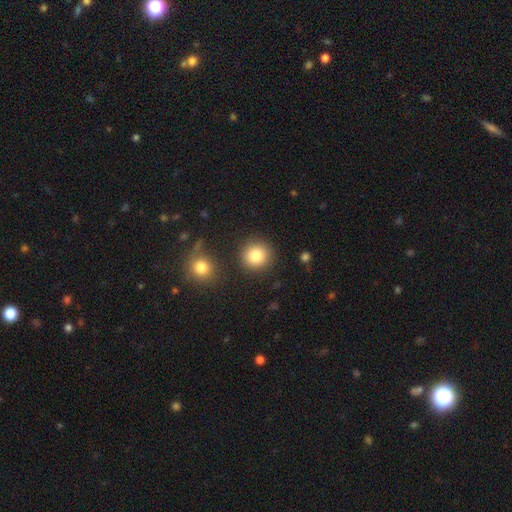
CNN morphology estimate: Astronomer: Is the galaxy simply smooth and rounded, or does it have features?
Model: smooth — 84%.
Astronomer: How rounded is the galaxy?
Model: round — 91%.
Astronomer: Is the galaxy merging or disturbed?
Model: none — 86%.